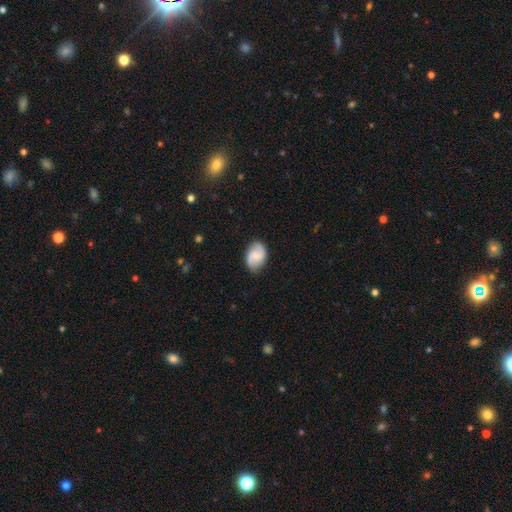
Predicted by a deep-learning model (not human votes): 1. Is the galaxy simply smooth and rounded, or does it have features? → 62% featured or disk, 32% smooth, 6% star or artifact.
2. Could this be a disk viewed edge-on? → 98% no, 2% yes.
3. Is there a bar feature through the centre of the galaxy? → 47% weak, 43% no, 10% strong.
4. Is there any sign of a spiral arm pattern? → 93% yes, 7% no.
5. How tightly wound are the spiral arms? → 44% medium, 36% loose, 20% tight.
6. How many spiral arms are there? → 90% 2, 5% can't tell, 2% 1, 1% 3, 1% 4, 1% more than 4.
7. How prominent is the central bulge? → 49% small, 31% moderate, 16% none, 3% large, 1% dominant.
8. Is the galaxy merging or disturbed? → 82% none, 13% minor disturbance, 3% major disturbance, 1% merger.